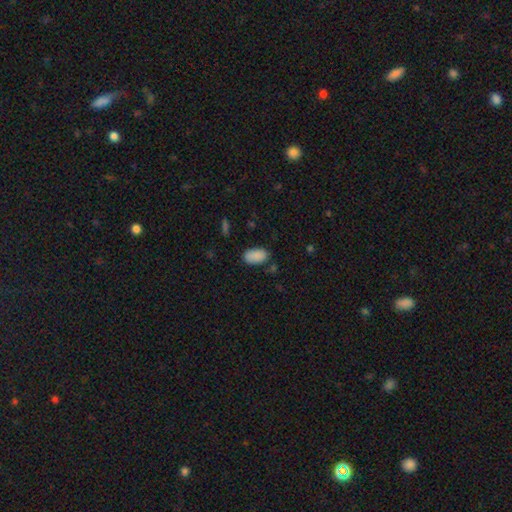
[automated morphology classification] This appears to be a smooth galaxy with no disk features (89%) that is in between round and cigar-shaped (94%). Merging: none (78%).